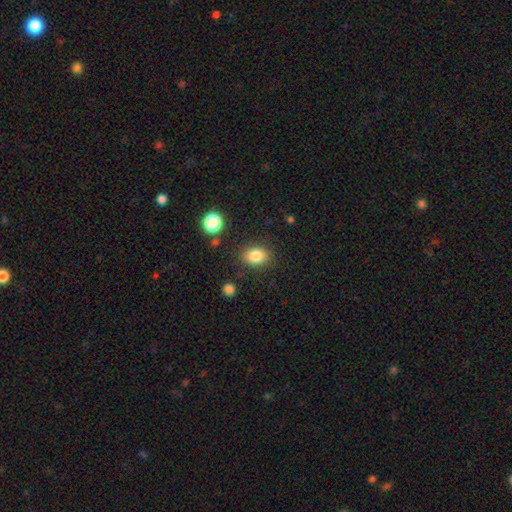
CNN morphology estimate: type=smooth (83%); roundness=in between (68%); merging=none (84%).